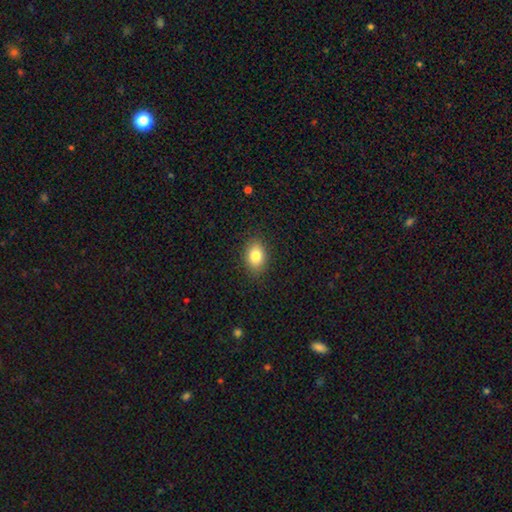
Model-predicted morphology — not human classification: Overall: smooth (83%). How rounded: in between (78%). Merging: none (88%).